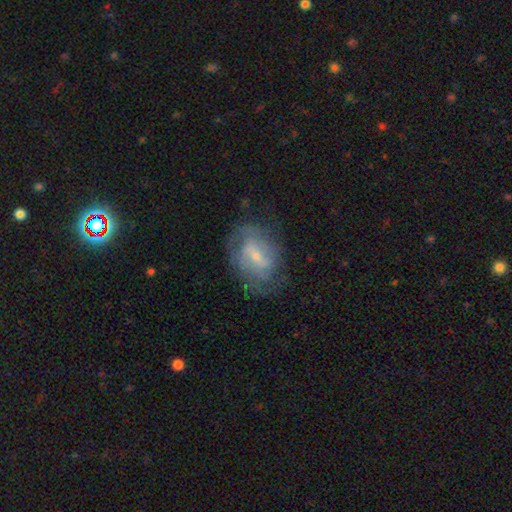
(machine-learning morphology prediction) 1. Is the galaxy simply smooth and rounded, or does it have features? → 75% featured or disk, 18% smooth, 7% star or artifact.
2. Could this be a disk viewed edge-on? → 96% no, 4% yes.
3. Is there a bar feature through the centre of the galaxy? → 53% weak, 24% strong, 23% no.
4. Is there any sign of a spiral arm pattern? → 85% yes, 15% no.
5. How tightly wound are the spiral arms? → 42% medium, 40% tight, 18% loose.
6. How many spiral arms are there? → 39% 2, 36% can't tell, 13% 3, 4% 1, 4% 4, 3% more than 4.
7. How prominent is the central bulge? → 65% small, 28% moderate, 4% none, 2% large, 1% dominant.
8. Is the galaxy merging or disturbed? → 65% none, 21% minor disturbance, 12% major disturbance, 1% merger.